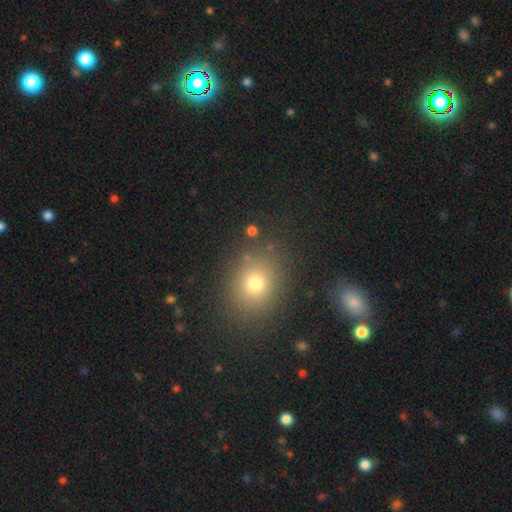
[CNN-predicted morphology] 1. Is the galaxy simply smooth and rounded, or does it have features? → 62% smooth, 30% star or artifact, 9% featured or disk.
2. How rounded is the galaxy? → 60% round, 38% in between, 1% cigar-shaped.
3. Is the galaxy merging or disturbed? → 87% none, 7% minor disturbance, 3% major disturbance, 3% merger.